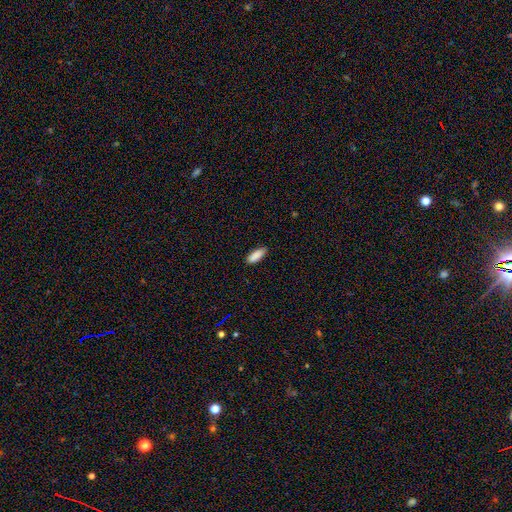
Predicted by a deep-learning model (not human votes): Smooth or featured? Predicted: smooth (p=0.89). How rounded? Predicted: in between (p=0.68). Merging? Predicted: none (p=0.85).